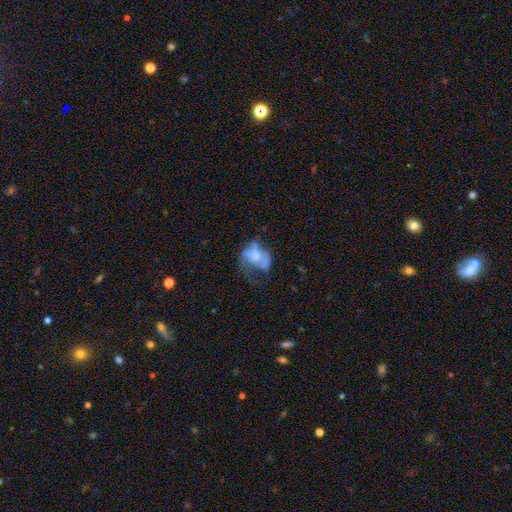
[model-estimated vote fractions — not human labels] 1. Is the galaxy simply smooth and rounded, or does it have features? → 51% featured or disk, 39% smooth, 9% star or artifact.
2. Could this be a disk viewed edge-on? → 97% no, 3% yes.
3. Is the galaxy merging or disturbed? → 45% major disturbance, 26% none, 22% minor disturbance, 6% merger.